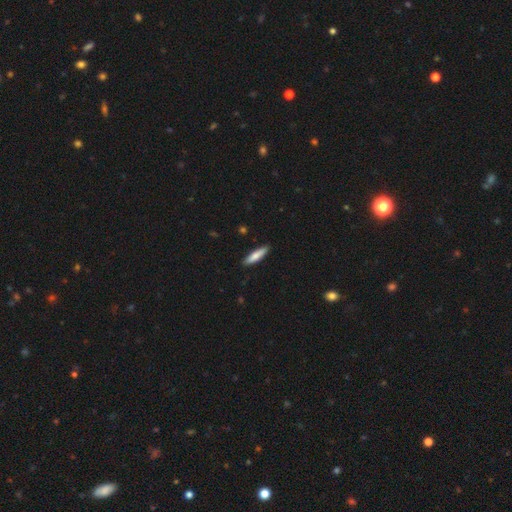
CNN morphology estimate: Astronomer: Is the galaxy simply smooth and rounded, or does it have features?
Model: smooth — 76%.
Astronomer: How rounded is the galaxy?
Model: cigar-shaped — 76%.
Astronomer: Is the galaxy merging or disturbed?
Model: none — 89%.